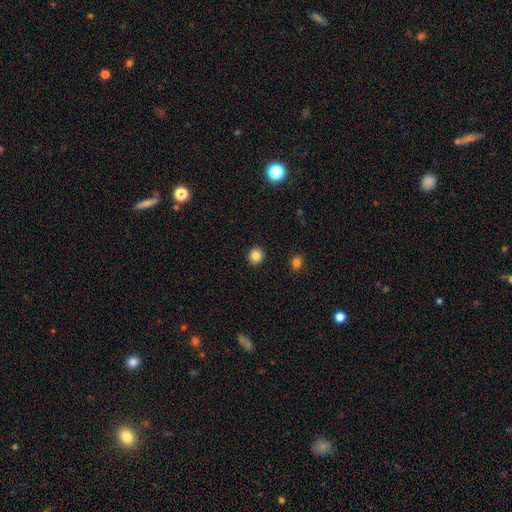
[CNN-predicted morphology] A smooth galaxy with no disk features (85%) that is round (90%). Merging: none (92%).